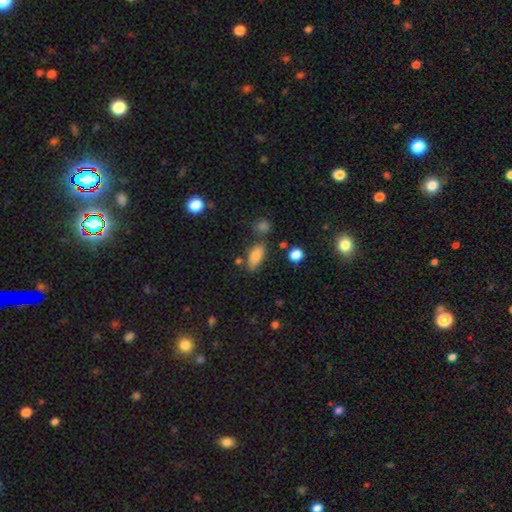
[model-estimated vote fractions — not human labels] Q: Smooth or featured?
A: smooth (83%); runner-up: star or artifact (9%)
Q: How rounded?
A: in between (86%); runner-up: cigar-shaped (10%)
Q: Merging?
A: none (66%); runner-up: minor disturbance (18%)